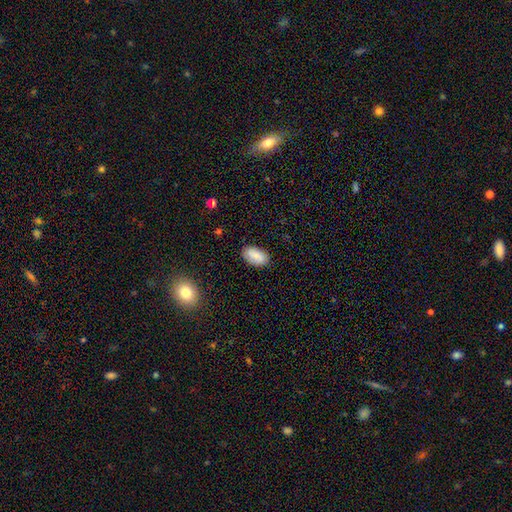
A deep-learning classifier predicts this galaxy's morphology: This appears to be a smooth galaxy with no disk features (84%) that is in between round and cigar-shaped (94%). Merging: none (84%).